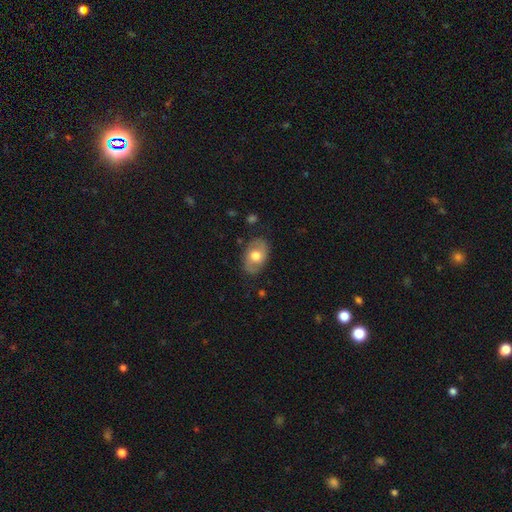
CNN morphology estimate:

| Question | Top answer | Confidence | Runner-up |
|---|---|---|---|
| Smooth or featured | smooth | 54% | featured or disk (40%) |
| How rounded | in between | 82% | round (16%) |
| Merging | none | 79% | minor disturbance (16%) |